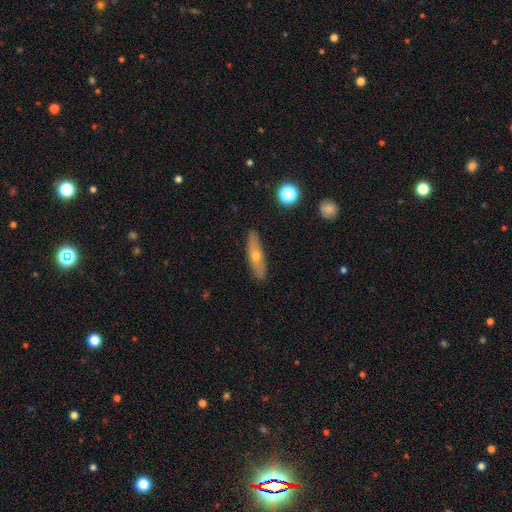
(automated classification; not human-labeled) smooth_or_featured: smooth (p=0.50) [alt: featured or disk p=0.42]
how_rounded: cigar-shaped (p=0.71) [alt: in between p=0.26]
merging: none (p=0.87) [alt: minor disturbance p=0.10]